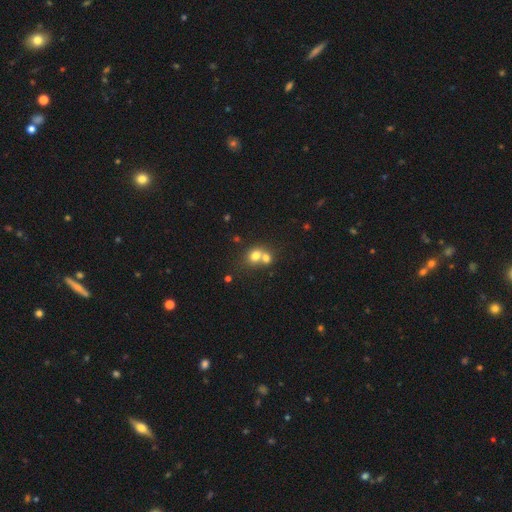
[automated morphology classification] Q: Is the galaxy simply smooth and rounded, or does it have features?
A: smooth — 72%.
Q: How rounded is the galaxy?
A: round — 65%.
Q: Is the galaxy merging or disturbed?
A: merger — 62%.